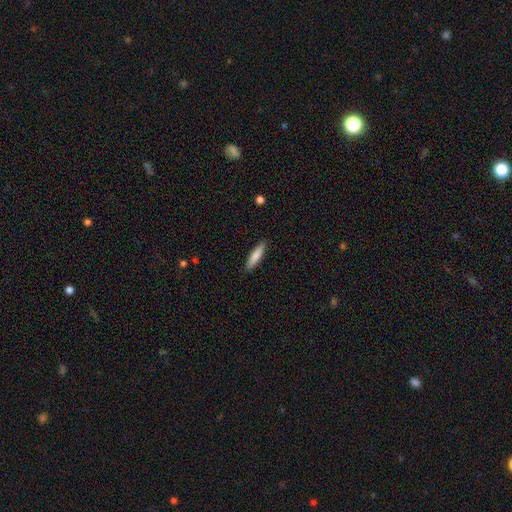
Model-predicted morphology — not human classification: smooth 78%, featured or disk 16%, star or artifact 6%. Down the decision tree: how rounded — cigar-shaped (79%); merging — none (90%).